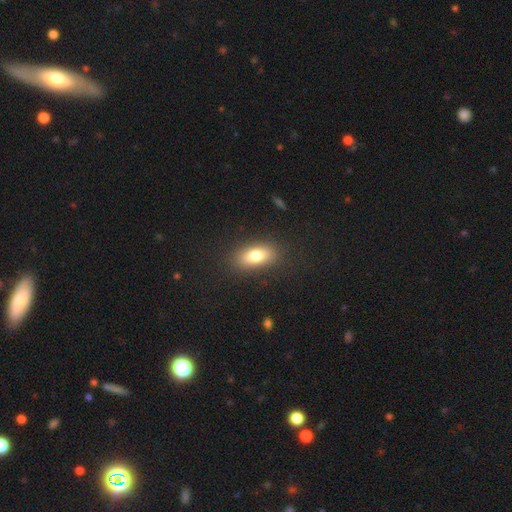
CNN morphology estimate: Smooth or featured: smooth — 78% (featured or disk — 14%)
How rounded: in between — 85% (cigar-shaped — 9%)
Merging: none — 85% (minor disturbance — 10%)